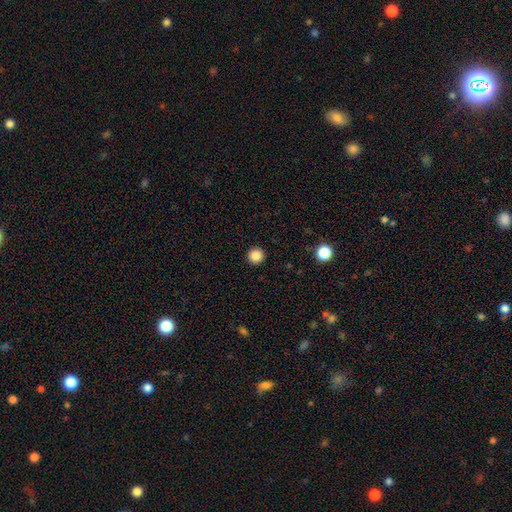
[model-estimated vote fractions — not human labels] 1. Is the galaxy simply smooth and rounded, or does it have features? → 86% smooth, 11% star or artifact, 3% featured or disk.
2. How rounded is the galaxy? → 97% round, 2% in between, 1% cigar-shaped.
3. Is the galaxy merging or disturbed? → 94% none, 4% minor disturbance, 1% major disturbance, 1% merger.